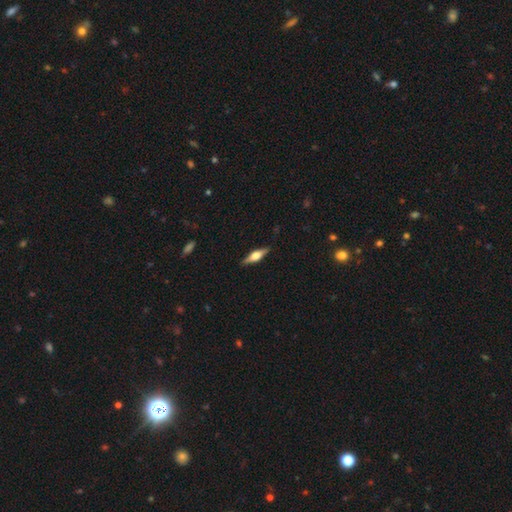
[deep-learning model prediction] A featured or disk galaxy (62%) viewed edge-on (96%) with a rounded central bulge (89%). Merging: none (88%).